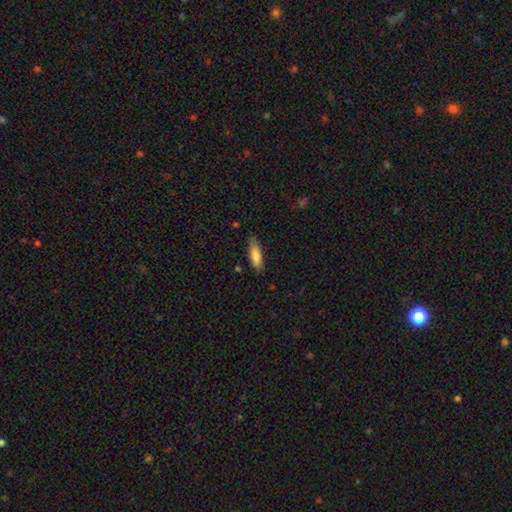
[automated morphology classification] Q: Smooth or featured?
A: smooth (82%); runner-up: featured or disk (12%)
Q: How rounded?
A: in between (51%); runner-up: cigar-shaped (47%)
Q: Merging?
A: none (80%); runner-up: minor disturbance (15%)